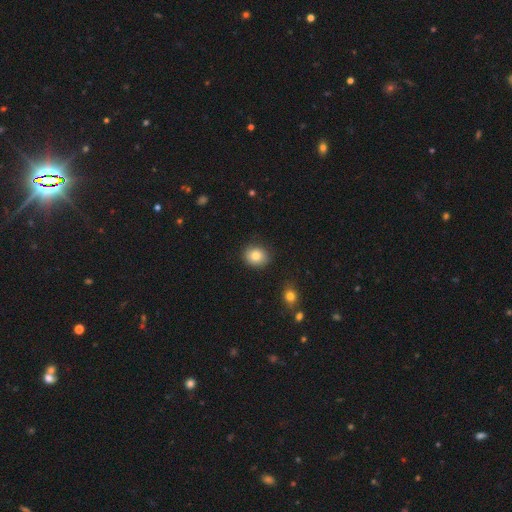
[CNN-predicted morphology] Smooth or featured? smooth (81%)
How rounded? round (66%)
Merging? none (87%)